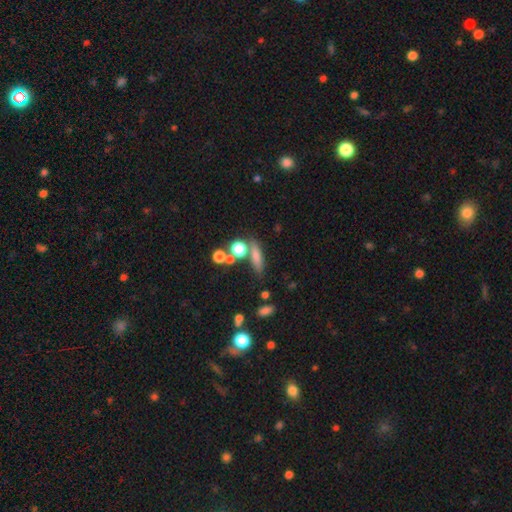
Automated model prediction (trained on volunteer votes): The model was most divided on "how rounded": cigar-shaped: 53%, in between: 31%, round: 16%. More confident: smooth or featured — smooth (70%); merging — none (63%).